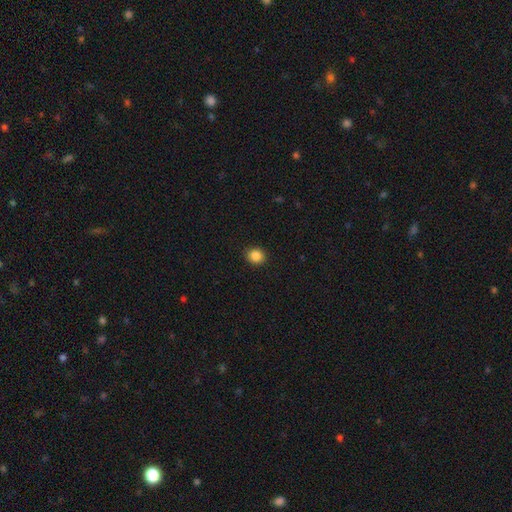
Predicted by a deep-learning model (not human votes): This appears to be a smooth galaxy with no disk features (86%) that is round (79%). Merging: none (90%).